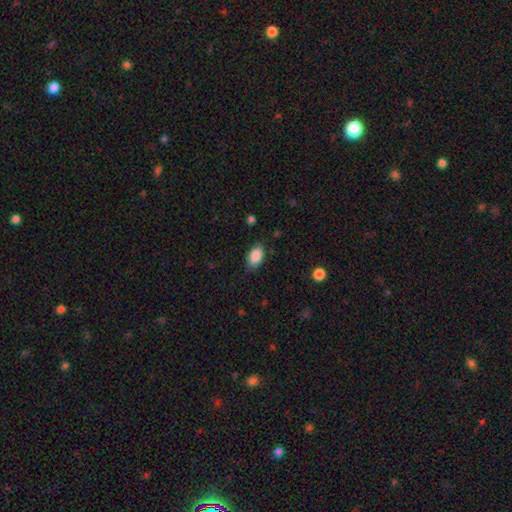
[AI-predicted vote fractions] Overall: smooth (89%). How rounded: in between (92%). Merging: none (83%).